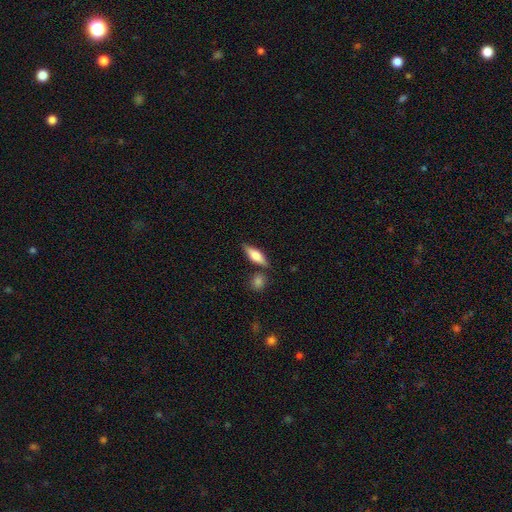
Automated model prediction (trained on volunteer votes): Smooth or featured? smooth (62%)
How rounded? in between (53%)
Merging? none (75%)